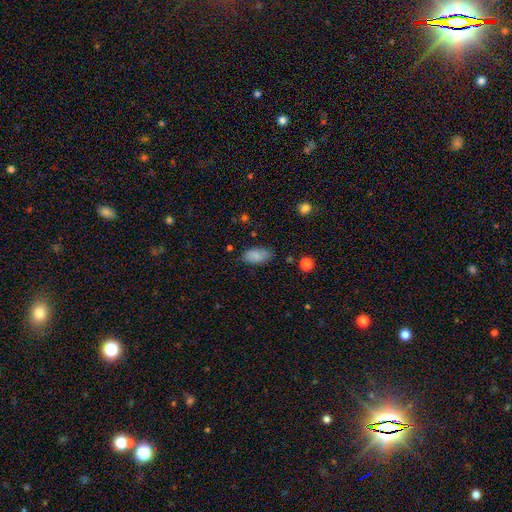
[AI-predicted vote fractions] A smooth galaxy with no disk features (83%) that is in between round and cigar-shaped (93%). Merging: none (76%).